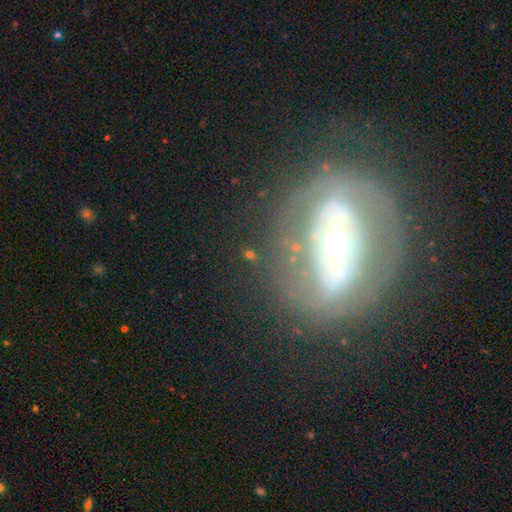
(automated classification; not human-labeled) A featured or disk galaxy (76%) with a strong bar (42%), no spiral arms (51%) and a moderate central bulge (64%). Merging: none (66%).